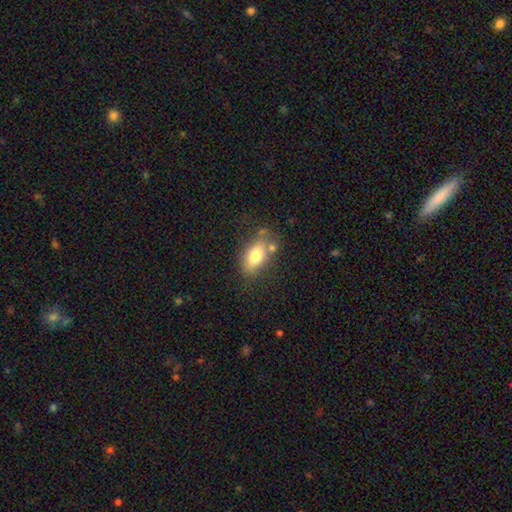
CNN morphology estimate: Overall: smooth (76%). How rounded: in between (88%). Merging: none (63%).